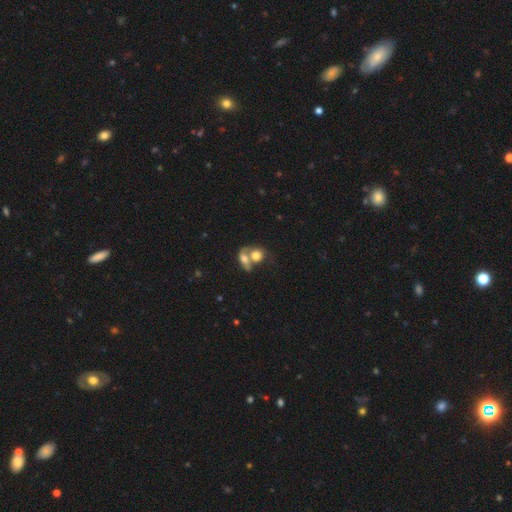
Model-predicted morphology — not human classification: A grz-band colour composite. It shows a smooth galaxy with no disk features (67%) that is round (50%). Merging: merger (68%).